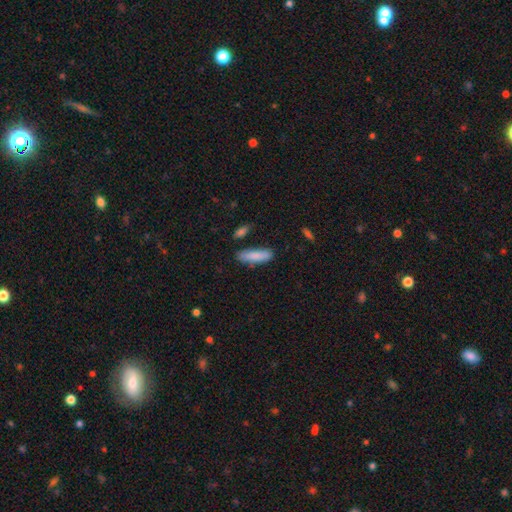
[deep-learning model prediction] This is clearly a smooth galaxy (86%). How rounded: likely cigar-shaped (62%). Merging: likely none (78%).